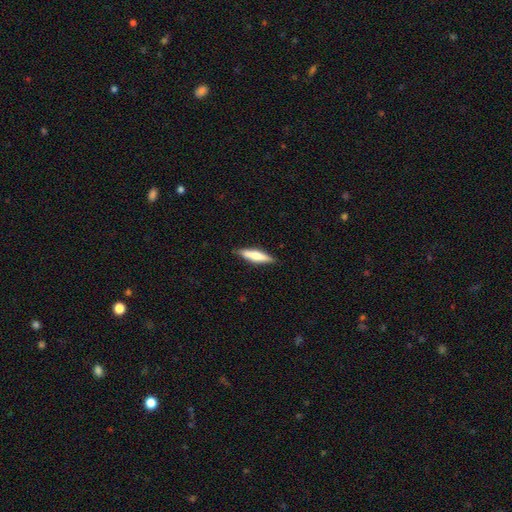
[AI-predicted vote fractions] Smooth or featured? smooth (62%)
How rounded? cigar-shaped (73%)
Merging? none (86%)